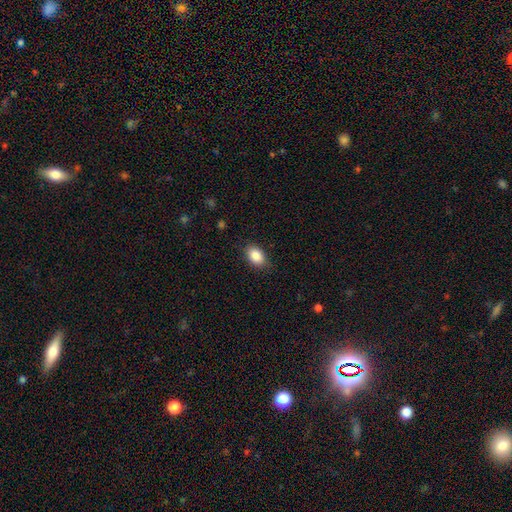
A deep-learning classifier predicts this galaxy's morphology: type=smooth (88%); roundness=in between (86%); merging=none (83%).